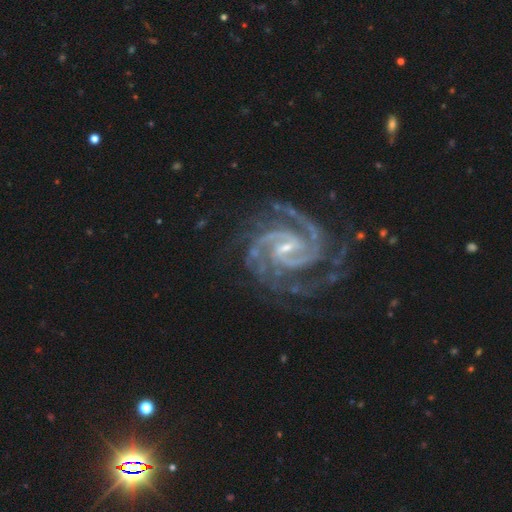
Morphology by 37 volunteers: Smooth or featured? 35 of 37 (95%) said featured or disk. Edge-on disk? 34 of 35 (97%) said no. Bar? 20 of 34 (59%) said weak. Spiral arms? 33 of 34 (97%) said yes. Spiral winding? 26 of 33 (79%) said tight. Spiral arm count? 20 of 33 (61%) said 2. Bulge size? 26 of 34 (76%) said small. Merging? 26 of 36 (72%) said none.